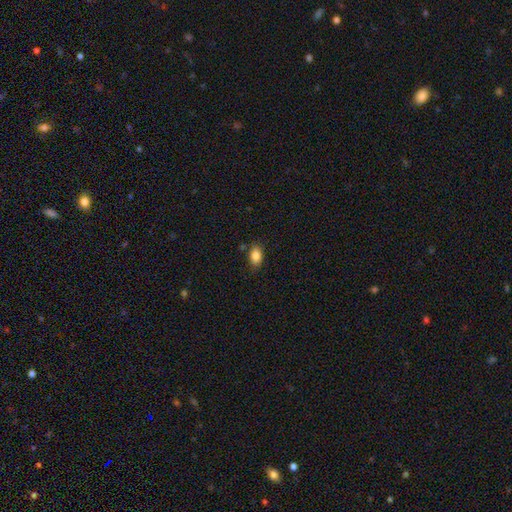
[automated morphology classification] The model was most divided on "merging": none: 80%, minor disturbance: 14%, merger: 3%, major disturbance: 3%. More confident: how rounded — in between (87%); smooth or featured — smooth (85%).